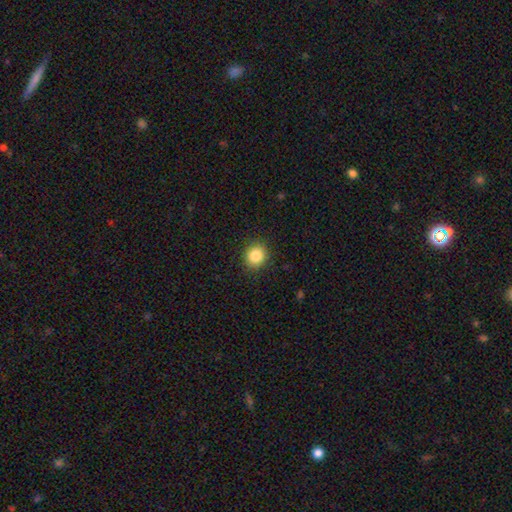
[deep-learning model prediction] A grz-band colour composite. It shows a smooth galaxy with no disk features (85%) that is round (83%). Merging: none (90%).